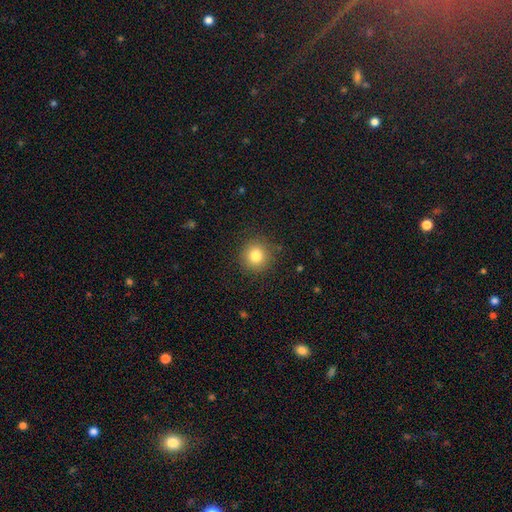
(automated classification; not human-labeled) Smooth or featured: smooth — 81% (star or artifact — 12%)
How rounded: round — 93% (in between — 6%)
Merging: none — 88% (minor disturbance — 8%)